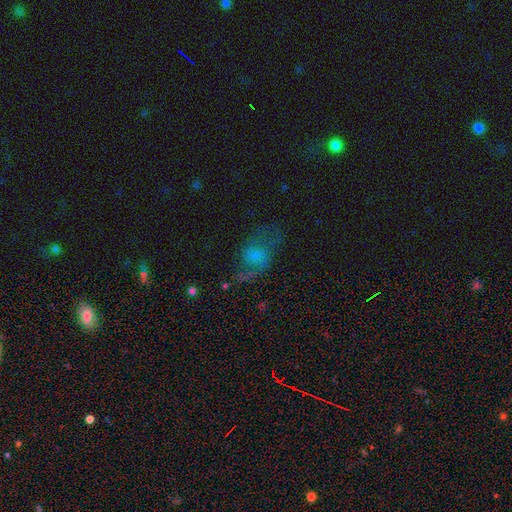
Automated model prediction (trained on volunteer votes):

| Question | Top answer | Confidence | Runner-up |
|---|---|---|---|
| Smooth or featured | featured or disk | 52% | smooth (30%) |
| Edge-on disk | no | 95% | yes (5%) |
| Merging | none | 50% | major disturbance (28%) |